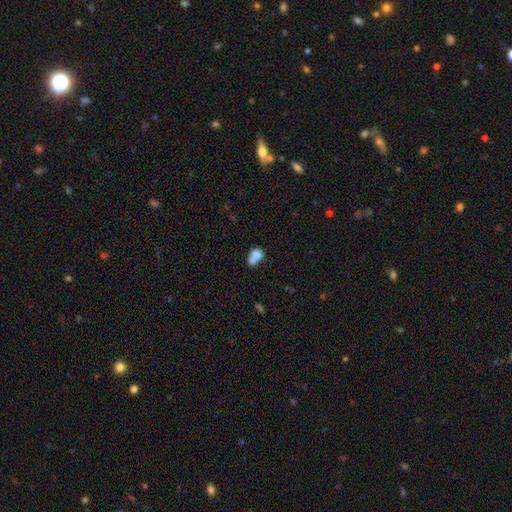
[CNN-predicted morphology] smooth-or-featured: smooth: 73% | featured or disk: 17% | star or artifact: 10%
  how-rounded: round: 49% (tied) | in between: 49% (tied) | cigar-shaped: 1%
  merging: merger: 65% | none: 22% | minor disturbance: 8% | major disturbance: 5%